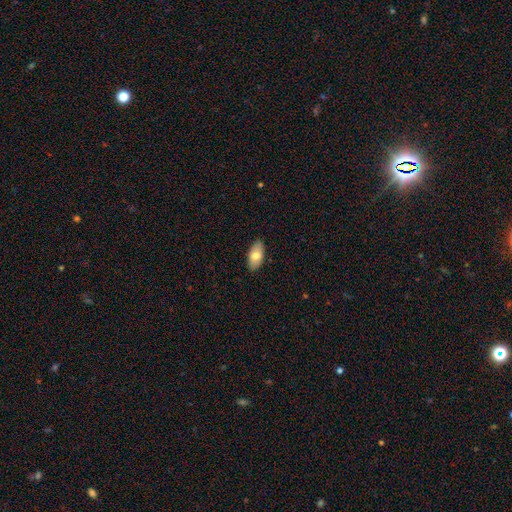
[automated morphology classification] Smooth or featured?
  - smooth: 75% *
  - featured or disk: 18%
  - star or artifact: 6%
How rounded?
  - in between: 92% *
  - cigar-shaped: 4%
  - round: 3%
Merging?
  - none: 88% *
  - minor disturbance: 9%
  - major disturbance: 2%
  - merger: 1%